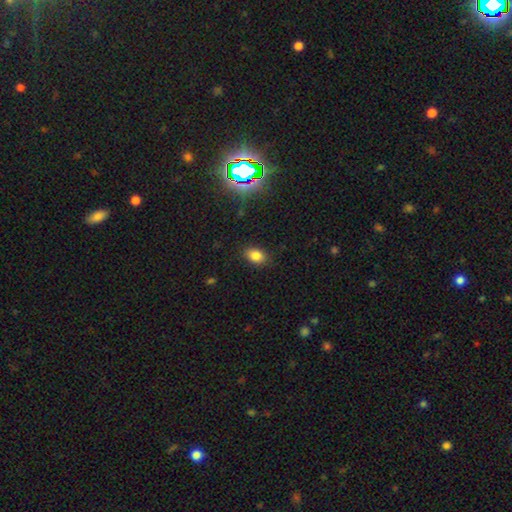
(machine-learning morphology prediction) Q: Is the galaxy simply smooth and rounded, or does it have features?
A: smooth — 81%.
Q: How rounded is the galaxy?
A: in between — 80%.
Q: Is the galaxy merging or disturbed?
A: none — 85%.